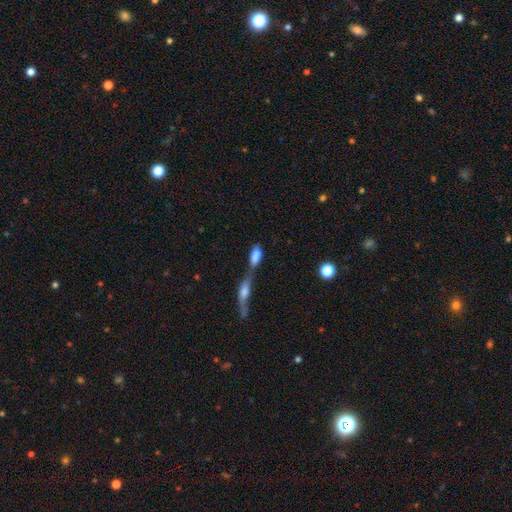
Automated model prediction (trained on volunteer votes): Smooth or featured? Predicted: smooth (p=0.73). How rounded? Predicted: in between (p=0.79). Merging? Predicted: merger (p=0.71).